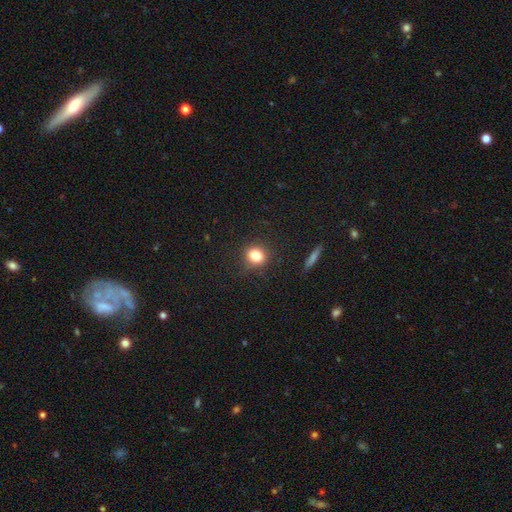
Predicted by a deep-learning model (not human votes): A smooth galaxy with no disk features (81%) that is round (71%). Merging: none (85%).